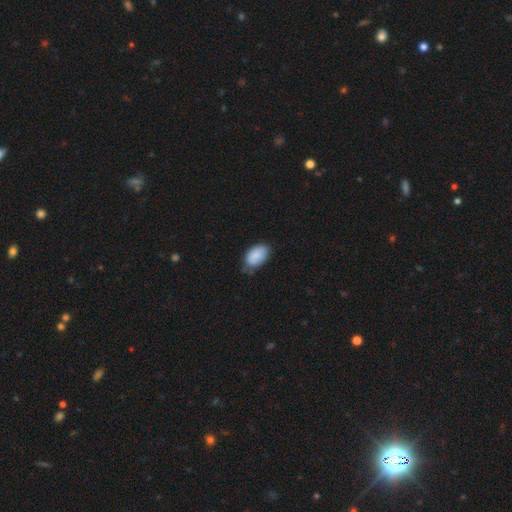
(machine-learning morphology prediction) A smooth galaxy with no disk features (88%) that is in between round and cigar-shaped (92%).

Vote fractions:
- Smooth or featured? smooth: 88% / star or artifact: 7% / featured or disk: 6%
- How rounded? in between: 92% / round: 6% / cigar-shaped: 1%
- Merging? none: 57% / minor disturbance: 35% / major disturbance: 6% / merger: 2%